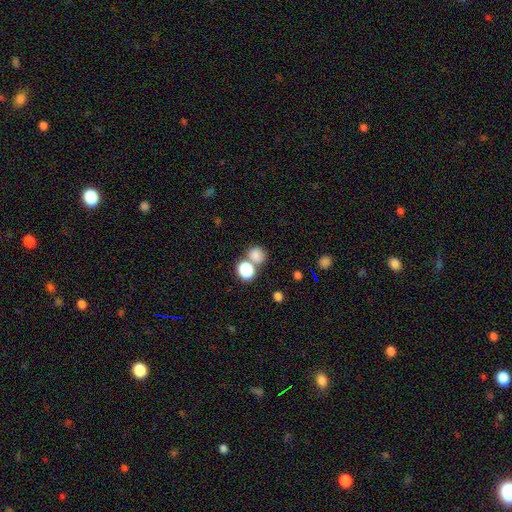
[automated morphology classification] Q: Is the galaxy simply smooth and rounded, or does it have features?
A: smooth — 77%.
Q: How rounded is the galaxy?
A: round — 79%.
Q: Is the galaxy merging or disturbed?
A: none — 57%.